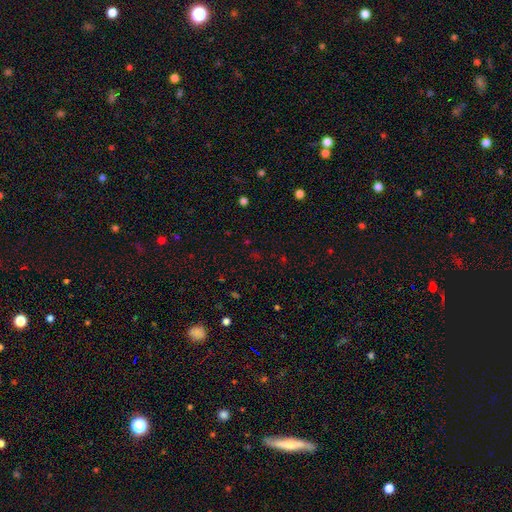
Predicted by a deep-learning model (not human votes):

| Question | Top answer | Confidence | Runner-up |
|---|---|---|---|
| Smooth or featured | star or artifact | 58% | smooth (35%) |